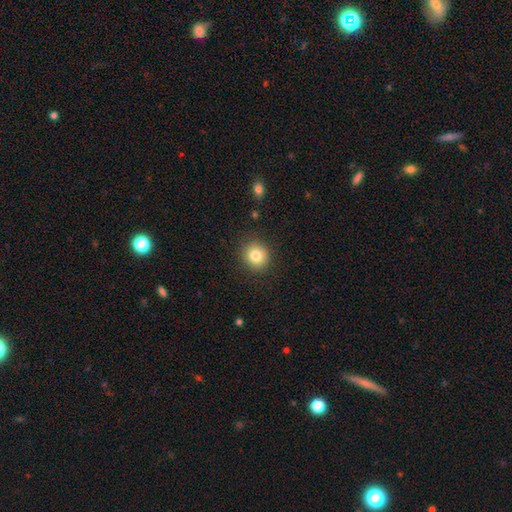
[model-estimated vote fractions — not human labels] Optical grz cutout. It shows a smooth galaxy with no disk features (82%) that is round (86%). Merging: none (87%).